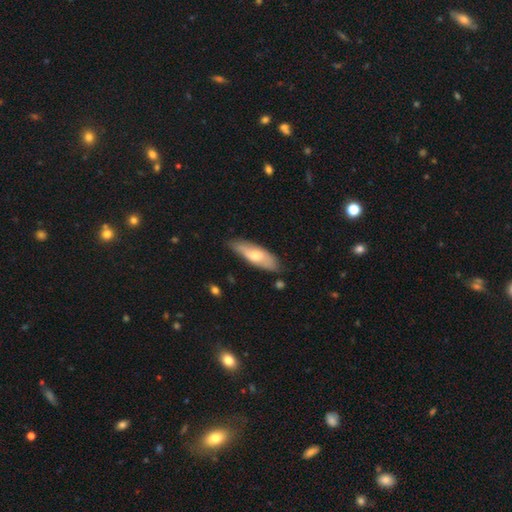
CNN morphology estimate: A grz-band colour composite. It shows a smooth galaxy with no disk features (59%) that is in between round and cigar-shaped (60%). Merging: none (73%).